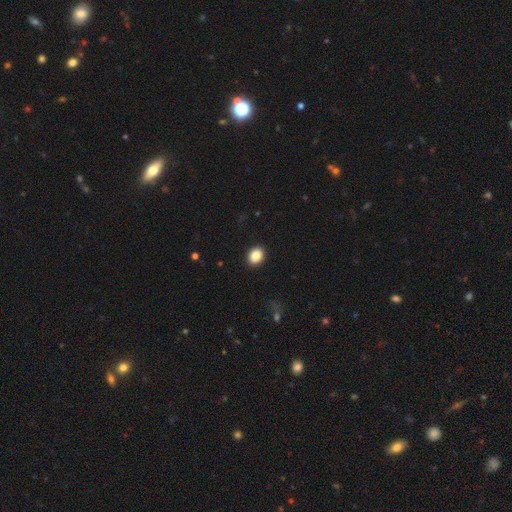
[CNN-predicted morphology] Smooth or featured? smooth (87%)
How rounded? in between (56%)
Merging? none (91%)